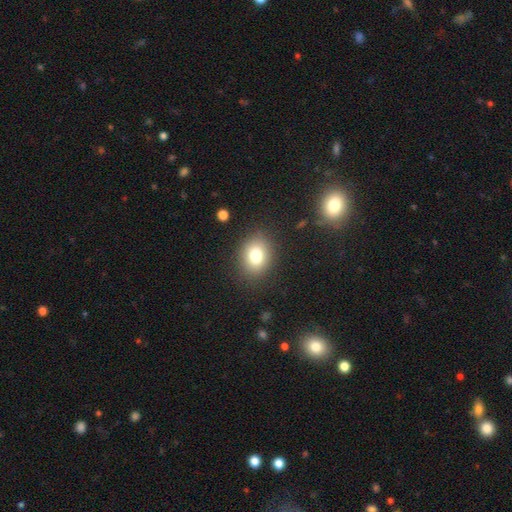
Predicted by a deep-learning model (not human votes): A smooth galaxy with no disk features (79%) that is in between round and cigar-shaped (52%). Merging: none (85%).